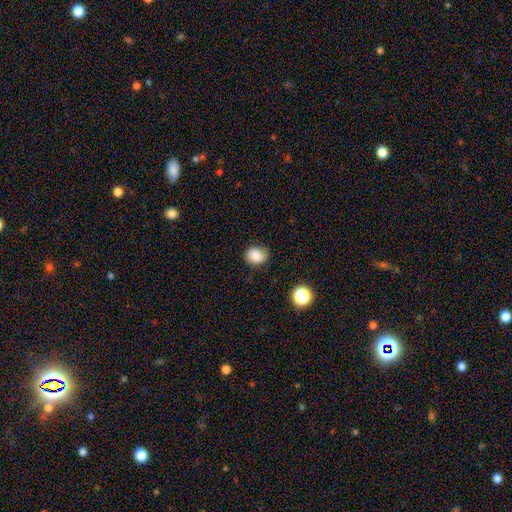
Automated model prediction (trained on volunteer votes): smooth-or-featured: smooth: 82% | star or artifact: 10% | featured or disk: 8%
  how-rounded: round: 64% | in between: 35% | cigar-shaped: 1%
  merging: none: 77% | minor disturbance: 18% | major disturbance: 4% | merger: 1%